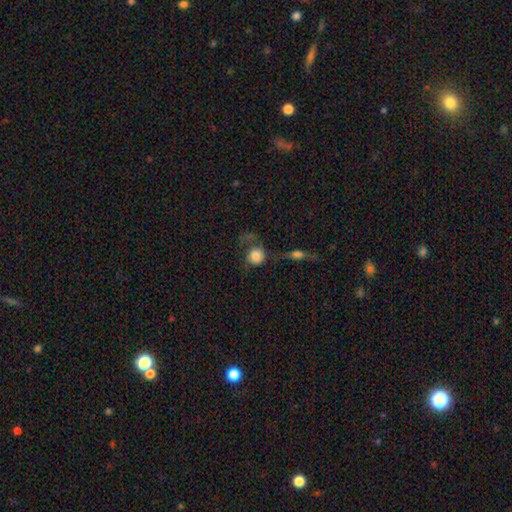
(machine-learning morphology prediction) smooth_or_featured: smooth (p=0.68) [alt: featured or disk p=0.23]
how_rounded: round (p=0.83) [alt: in between p=0.15]
merging: major disturbance (p=0.32) [tied with: none p=0.32]